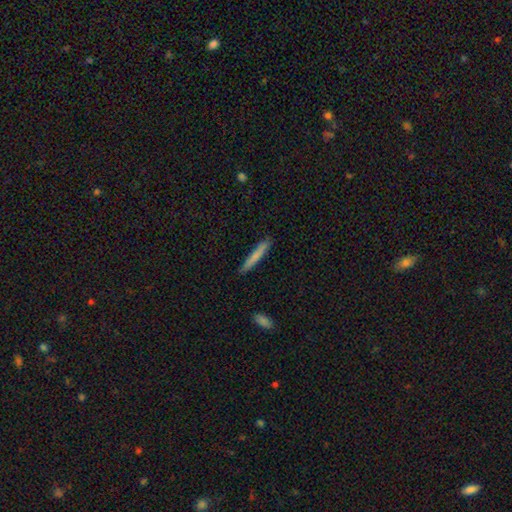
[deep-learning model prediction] Q: Smooth or featured?
A: smooth (77%); runner-up: featured or disk (17%)
Q: How rounded?
A: cigar-shaped (95%); runner-up: in between (3%)
Q: Merging?
A: none (89%); runner-up: minor disturbance (8%)